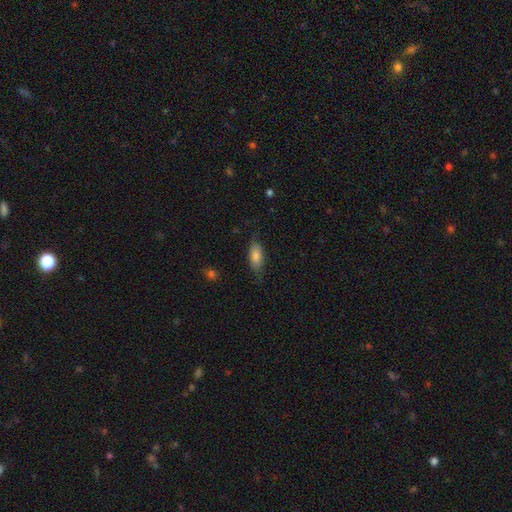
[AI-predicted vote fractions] Q: Smooth or featured?
A: smooth (77%); runner-up: featured or disk (17%)
Q: How rounded?
A: in between (80%); runner-up: cigar-shaped (17%)
Q: Merging?
A: none (72%); runner-up: minor disturbance (21%)